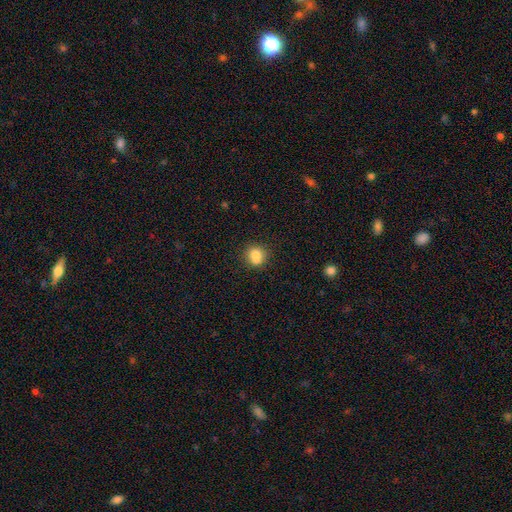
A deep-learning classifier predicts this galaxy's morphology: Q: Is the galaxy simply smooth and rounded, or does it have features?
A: smooth — 79%.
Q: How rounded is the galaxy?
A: round — 71%.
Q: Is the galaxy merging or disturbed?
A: none — 60%.